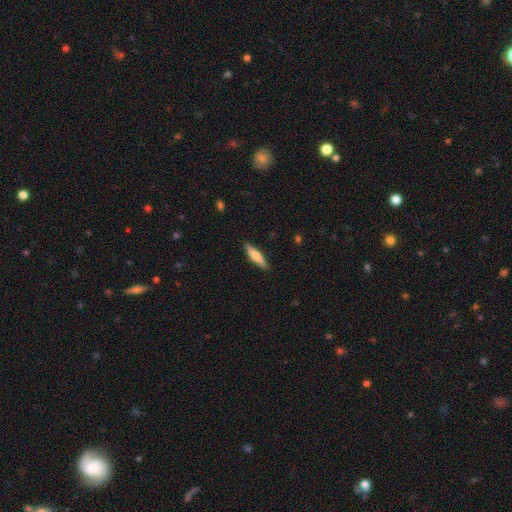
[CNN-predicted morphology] Smooth or featured?
  - smooth: 69% *
  - featured or disk: 25%
  - star or artifact: 5%
How rounded?
  - cigar-shaped: 75% *
  - in between: 23%
  - round: 2%
Merging?
  - none: 88% *
  - minor disturbance: 9%
  - major disturbance: 2%
  - merger: 1%